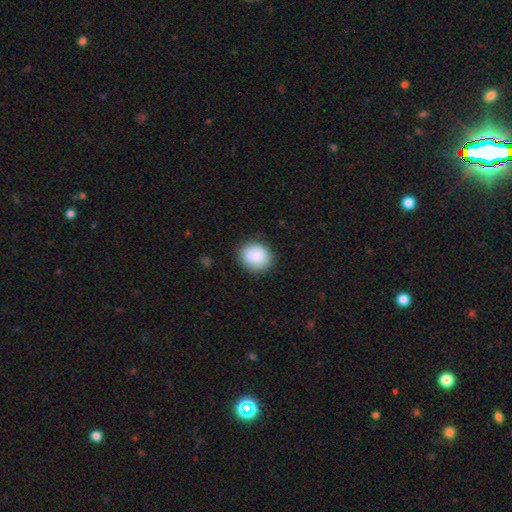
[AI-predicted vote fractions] A smooth galaxy with no disk features (88%) that is round (65%). Merging: none (84%).